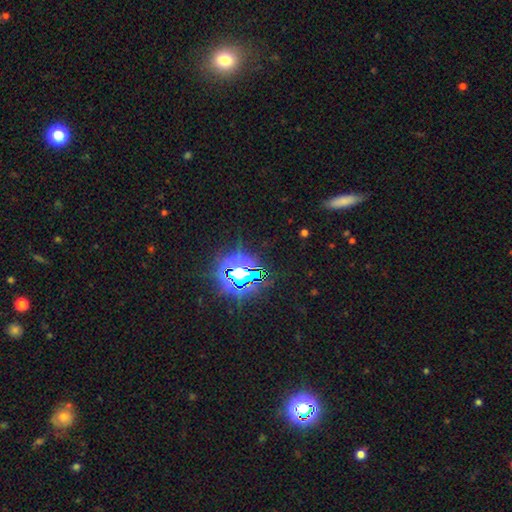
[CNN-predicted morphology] Q: Smooth or featured?
A: star or artifact (76%); runner-up: smooth (15%)